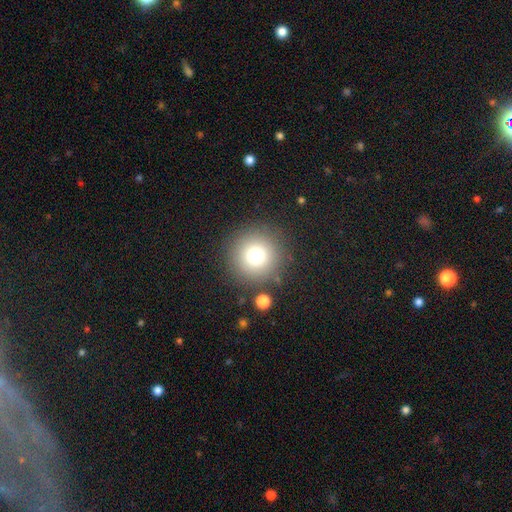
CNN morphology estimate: Q: Smooth or featured?
A: smooth (76%); runner-up: star or artifact (14%)
Q: How rounded?
A: round (96%); runner-up: in between (3%)
Q: Merging?
A: none (86%); runner-up: minor disturbance (7%)